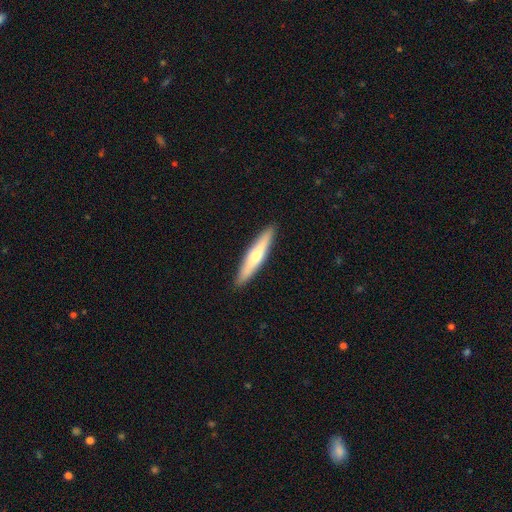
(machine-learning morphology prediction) Smooth or featured: smooth — 52% (featured or disk — 43%)
How rounded: cigar-shaped — 90% (in between — 9%)
Merging: none — 91% (minor disturbance — 6%)